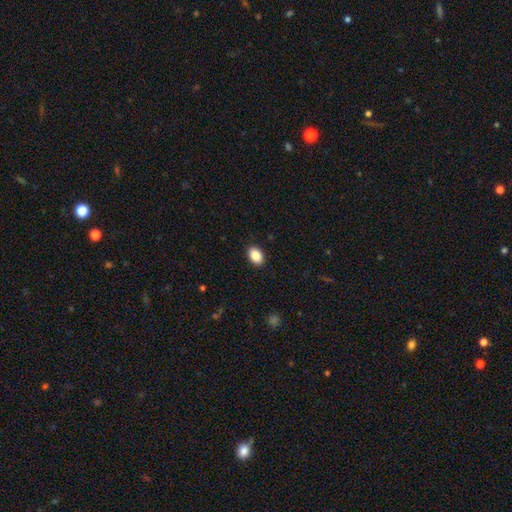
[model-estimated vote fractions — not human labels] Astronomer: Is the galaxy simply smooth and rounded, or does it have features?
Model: smooth — 89%.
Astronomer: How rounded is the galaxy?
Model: in between — 84%.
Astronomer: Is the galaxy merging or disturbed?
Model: none — 90%.